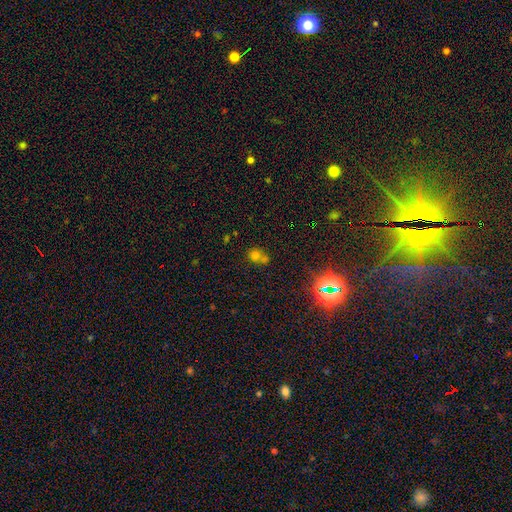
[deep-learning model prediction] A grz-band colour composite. It shows a smooth galaxy with no disk features (64%) that is round (77%). Merging: merger (49%).